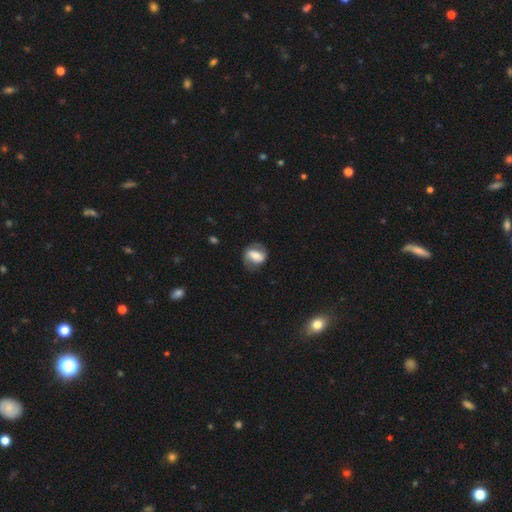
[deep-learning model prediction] Smooth or featured?
  - featured or disk: 50% *
  - smooth: 42%
  - star or artifact: 7%
Edge-on disk?
  - no: 94% *
  - yes: 6%
Merging?
  - none: 70% *
  - minor disturbance: 19%
  - major disturbance: 9%
  - merger: 1%